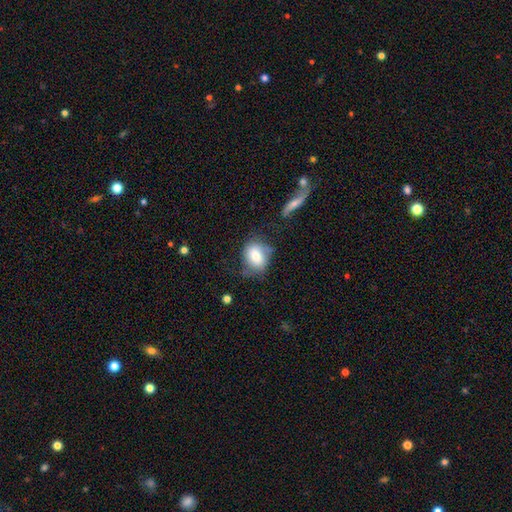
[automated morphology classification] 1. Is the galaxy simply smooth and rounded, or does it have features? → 73% smooth, 19% featured or disk, 8% star or artifact.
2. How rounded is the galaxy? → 53% in between, 46% round, 1% cigar-shaped.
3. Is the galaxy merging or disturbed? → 56% none, 27% minor disturbance, 12% major disturbance, 5% merger.